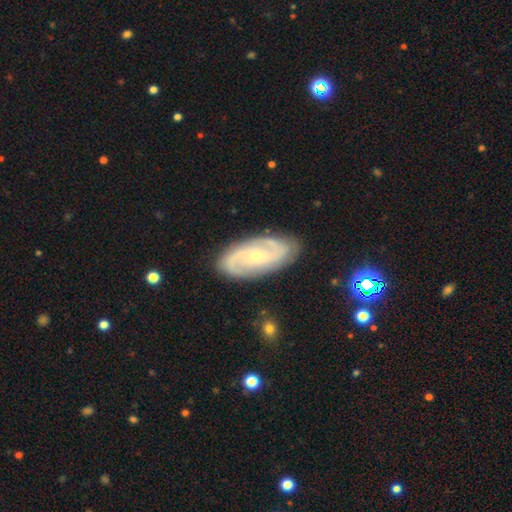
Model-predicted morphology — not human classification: Smooth or featured: featured or disk — 84% (smooth — 10%)
Edge-on disk: no — 95% (yes — 5%)
Bar: no — 59% (weak — 31%)
Spiral arms: yes — 96% (no — 4%)
Spiral winding: tight — 52% (medium — 39%)
Spiral arm count: 2 — 70% (can't tell — 12%)
Bulge size: small — 77% (moderate — 18%)
Merging: none — 84% (minor disturbance — 12%)